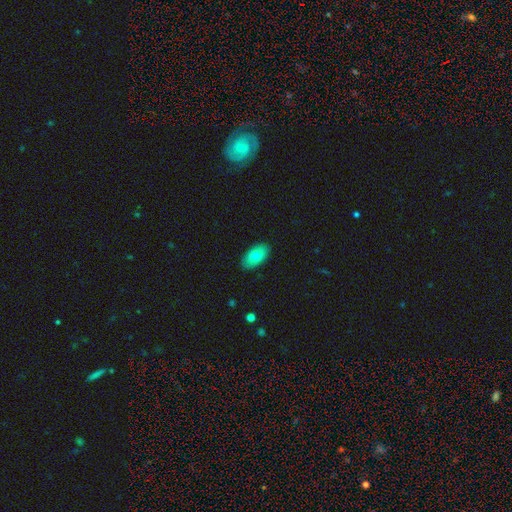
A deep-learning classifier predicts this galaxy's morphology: Smooth or featured? Predicted: smooth (p=0.77). How rounded? Predicted: in between (p=0.94). Merging? Predicted: none (p=0.89).